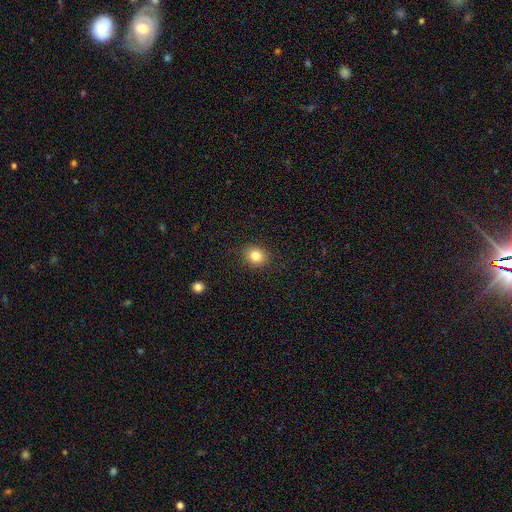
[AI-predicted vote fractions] Morphology: type=smooth (84%); roundness=round (77%); merging=none (89%).